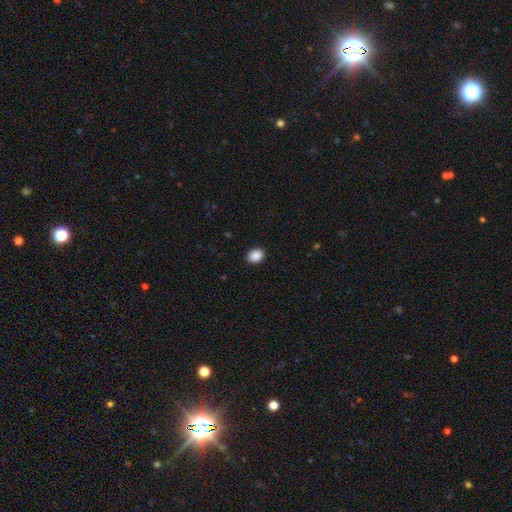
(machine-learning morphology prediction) smooth_or_featured: smooth (p=0.89) [alt: star or artifact p=0.08]
how_rounded: in between (p=0.54) [alt: round p=0.45]
merging: none (p=0.91) [alt: minor disturbance p=0.06]